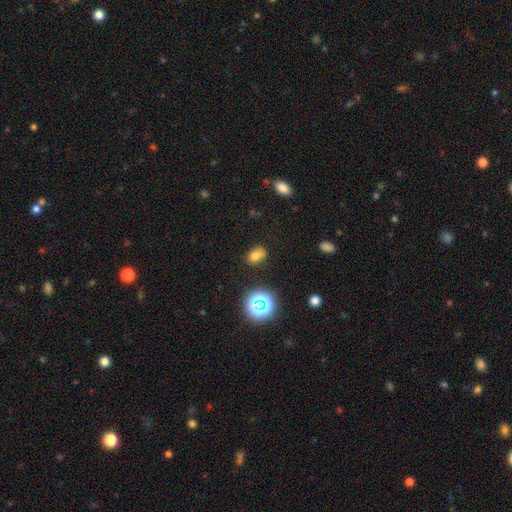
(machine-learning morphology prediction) Smooth or featured?
  - smooth: 70% *
  - star or artifact: 21%
  - featured or disk: 9%
How rounded?
  - in between: 76% *
  - round: 22%
  - cigar-shaped: 1%
Merging?
  - none: 76% *
  - minor disturbance: 16%
  - major disturbance: 4%
  - merger: 4%